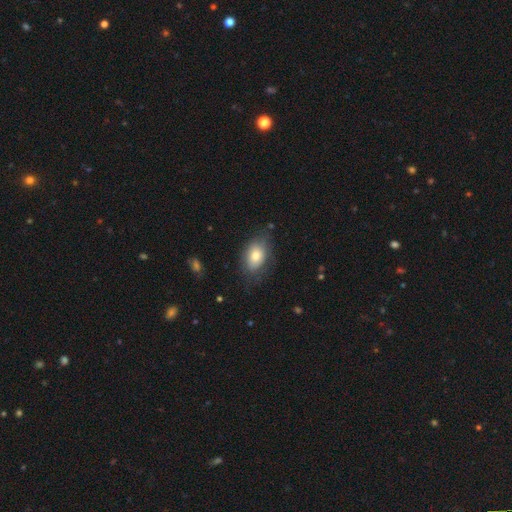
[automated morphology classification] This is likely a smooth galaxy (72%). How rounded: clearly in between (87%). Merging: likely none (65%).